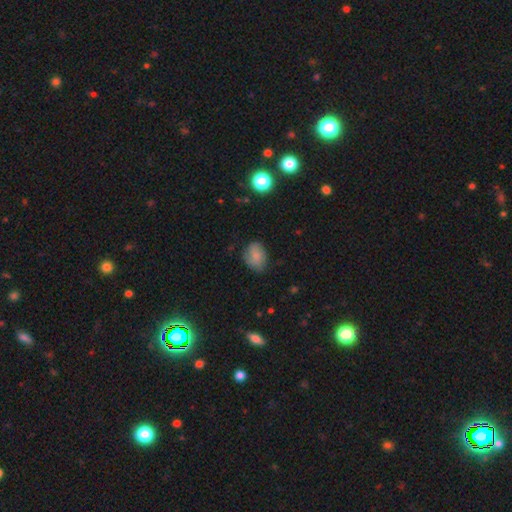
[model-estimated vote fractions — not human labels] The model was most divided on "merging": none: 64%, minor disturbance: 28%, major disturbance: 6%, merger: 1%. More confident: smooth or featured — smooth (76%); how rounded — in between (68%).